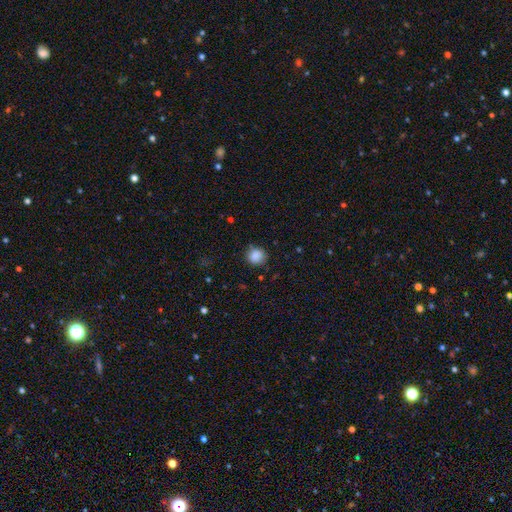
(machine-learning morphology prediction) Smooth or featured: smooth — 87% (star or artifact — 9%)
How rounded: round — 89% (in between — 10%)
Merging: none — 83% (minor disturbance — 12%)